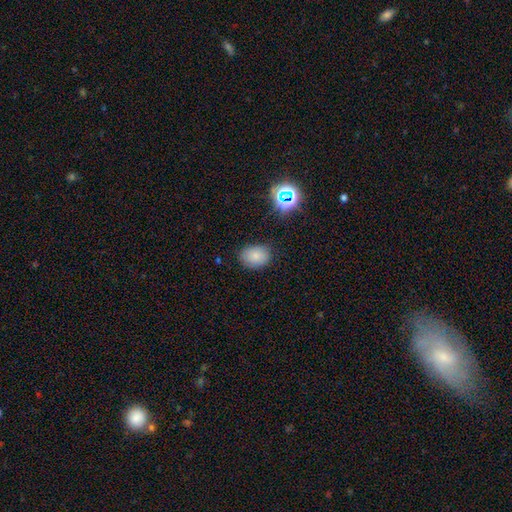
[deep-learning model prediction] Smooth or featured? smooth (80%)
How rounded? in between (66%)
Merging? none (82%)